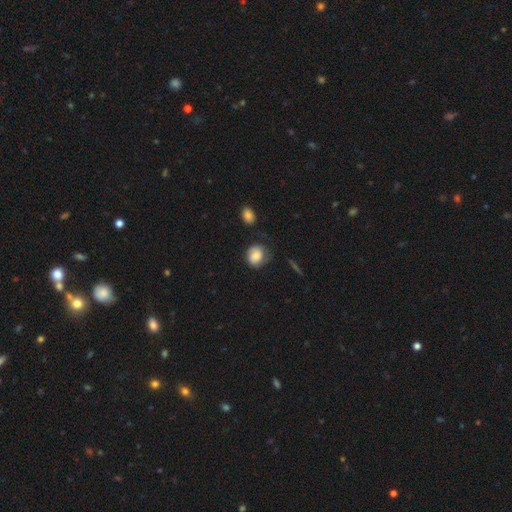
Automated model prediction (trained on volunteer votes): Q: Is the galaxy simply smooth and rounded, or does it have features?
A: smooth — 79%.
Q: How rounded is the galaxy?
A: round — 63%.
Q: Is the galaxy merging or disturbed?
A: none — 56%.